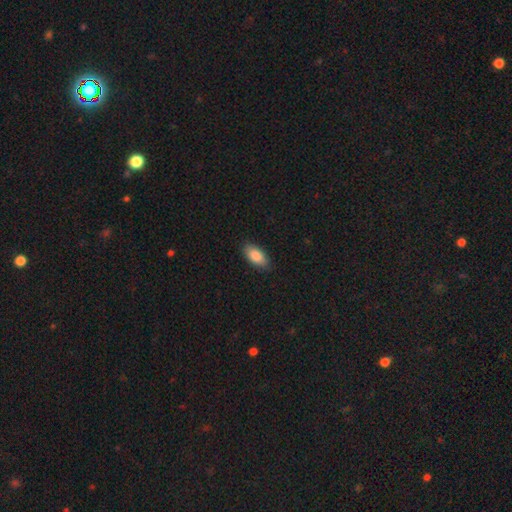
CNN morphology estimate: A smooth galaxy with no disk features (87%) that is in between round and cigar-shaped (91%). Merging: none (87%).